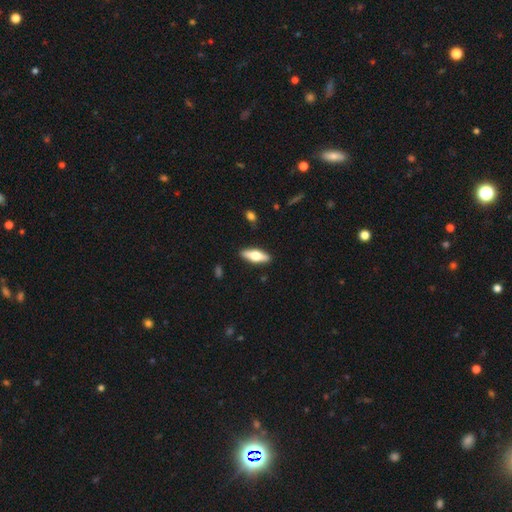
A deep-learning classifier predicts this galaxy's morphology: smooth-or-featured: smooth: 47% (tied) | featured or disk: 47% (tied) | star or artifact: 6%
  merging: none: 89% | minor disturbance: 8% | major disturbance: 2% | merger: 1%